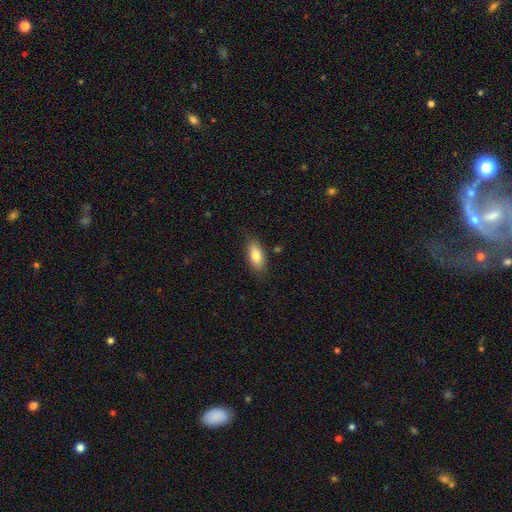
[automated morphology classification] Smooth or featured?
  - smooth: 81% *
  - featured or disk: 12%
  - star or artifact: 7%
How rounded?
  - in between: 85% *
  - cigar-shaped: 12%
  - round: 3%
Merging?
  - none: 82% *
  - minor disturbance: 13%
  - major disturbance: 3%
  - merger: 2%